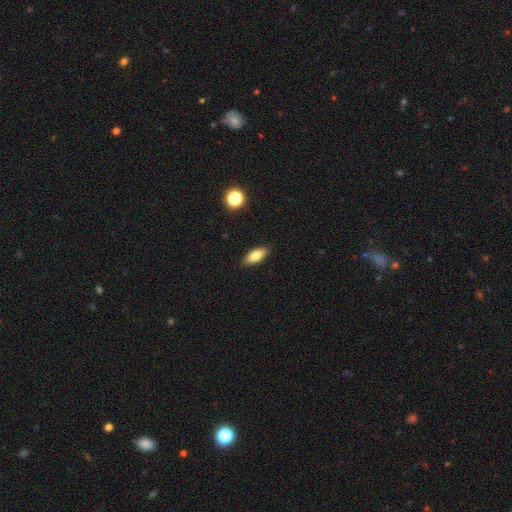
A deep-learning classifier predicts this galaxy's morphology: Smooth or featured?
  - smooth: 78% *
  - featured or disk: 14%
  - star or artifact: 8%
How rounded?
  - in between: 78% *
  - cigar-shaped: 19%
  - round: 3%
Merging?
  - none: 89% *
  - minor disturbance: 8%
  - major disturbance: 2%
  - merger: 1%